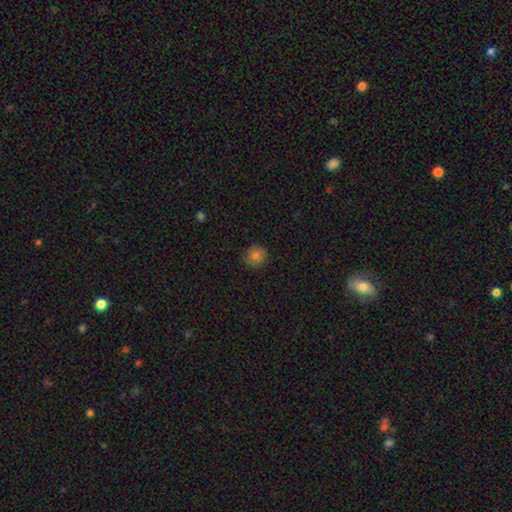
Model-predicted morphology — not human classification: smooth 81%, star or artifact 12%, featured or disk 7%. Down the decision tree: how rounded — round (91%); merging — none (88%).